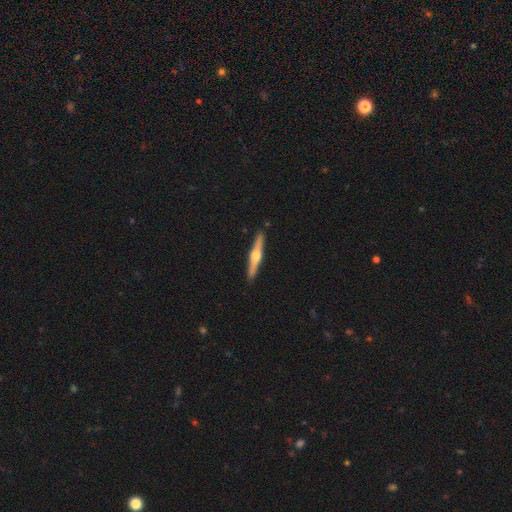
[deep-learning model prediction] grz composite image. It shows a featured or disk galaxy (72%) viewed edge-on (98%) with a rounded central bulge (95%). Merging: none (91%).